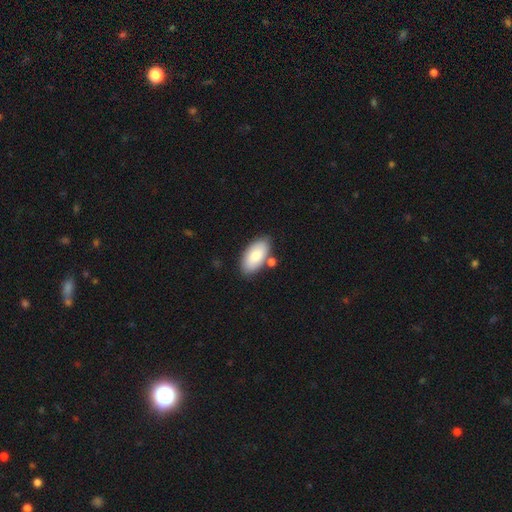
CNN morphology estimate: Smooth or featured? Predicted: smooth (p=0.78). How rounded? Predicted: in between (p=0.94). Merging? Predicted: none (p=0.75).